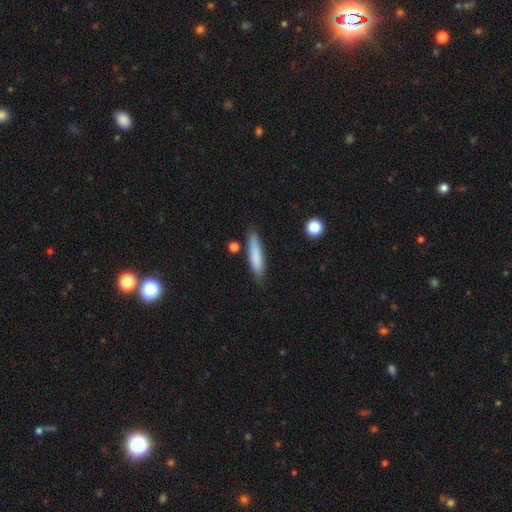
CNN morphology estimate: This is clearly a smooth galaxy (80%). How rounded: clearly cigar-shaped (84%). Merging: clearly none (81%).